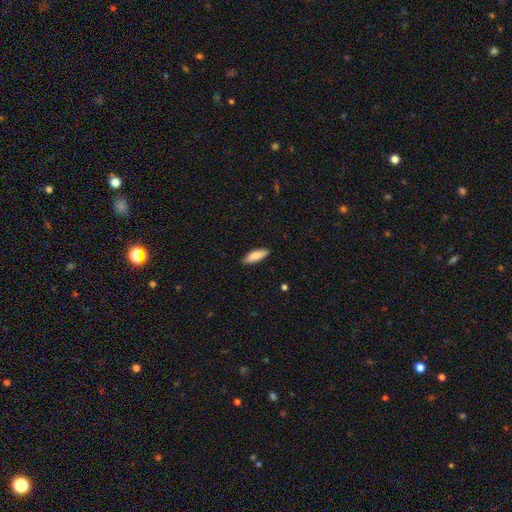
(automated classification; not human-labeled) A smooth galaxy with no disk features (86%) that is in between round and cigar-shaped (58%).

Vote fractions:
- Smooth or featured? smooth: 86% / featured or disk: 8% / star or artifact: 6%
- How rounded? in between: 58% / cigar-shaped: 41% / round: 2%
- Merging? none: 89% / minor disturbance: 8% / major disturbance: 2% / merger: 1%